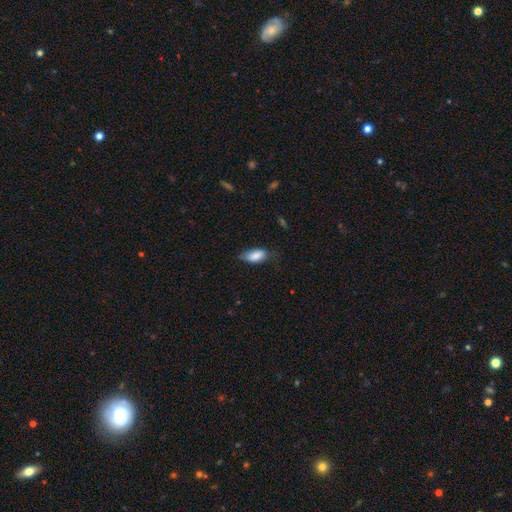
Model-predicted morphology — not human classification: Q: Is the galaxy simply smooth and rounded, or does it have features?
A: smooth — 84%.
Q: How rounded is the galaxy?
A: in between — 88%.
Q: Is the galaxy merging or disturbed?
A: none — 60%.